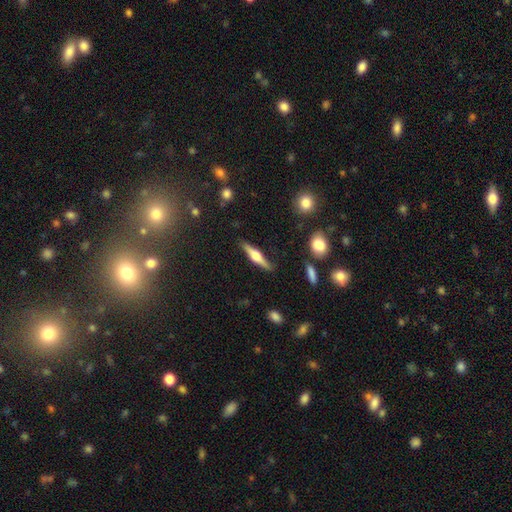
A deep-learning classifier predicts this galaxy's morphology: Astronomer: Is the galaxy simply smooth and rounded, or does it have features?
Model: featured or disk — 67%.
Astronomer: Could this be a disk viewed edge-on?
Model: yes — 97%.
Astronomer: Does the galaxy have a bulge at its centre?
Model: rounded — 90%.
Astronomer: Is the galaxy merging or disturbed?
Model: none — 87%.